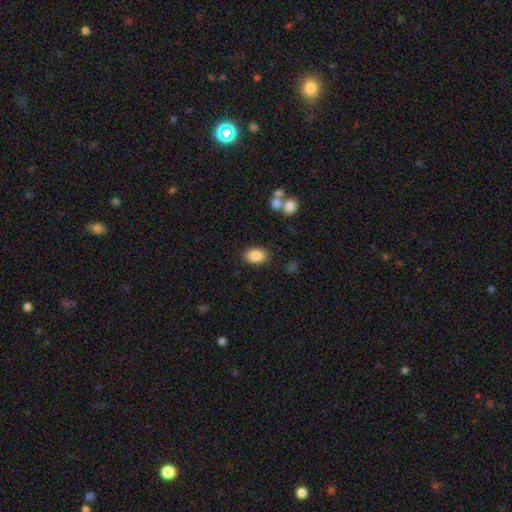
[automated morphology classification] Smooth or featured? smooth (86%)
How rounded? in between (87%)
Merging? none (85%)